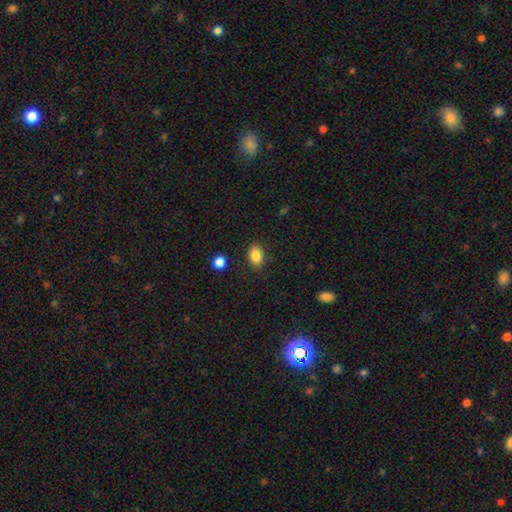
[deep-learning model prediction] Overall: smooth (85%). How rounded: in between (81%). Merging: none (86%).